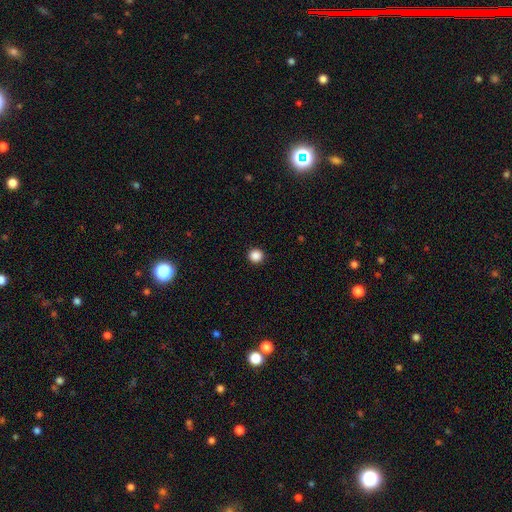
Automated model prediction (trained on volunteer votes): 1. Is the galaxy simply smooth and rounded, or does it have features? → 88% smooth, 10% star or artifact, 2% featured or disk.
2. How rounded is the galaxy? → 95% round, 5% in between, 1% cigar-shaped.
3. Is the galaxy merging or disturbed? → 94% none, 4% minor disturbance, 1% major disturbance, 1% merger.